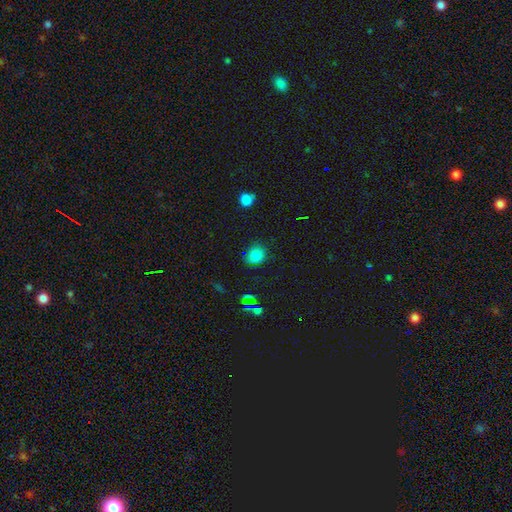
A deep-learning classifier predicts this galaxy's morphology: The model was most divided on "how rounded": round: 72%, in between: 27%, cigar-shaped: 1%. More confident: merging — none (80%); smooth or featured — smooth (79%).